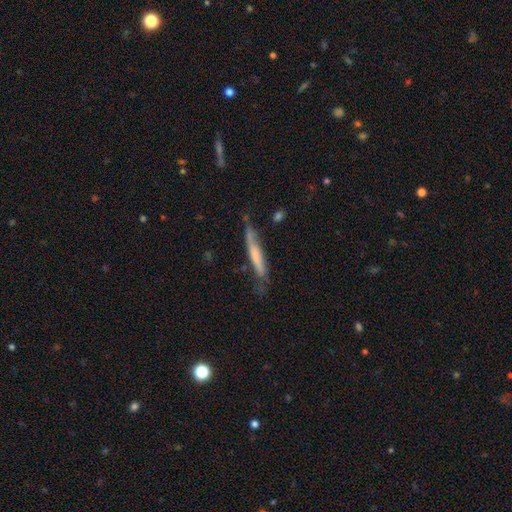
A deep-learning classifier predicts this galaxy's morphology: Smooth or featured? Predicted: smooth (p=0.53). How rounded? Predicted: cigar-shaped (p=0.93). Merging? Predicted: none (p=0.57).